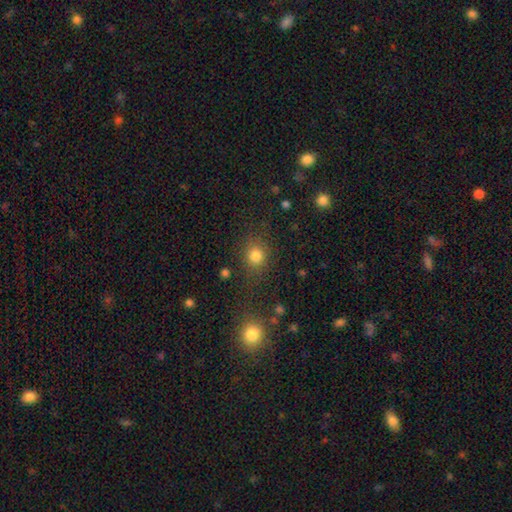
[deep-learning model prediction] Overall: smooth (80%). How rounded: round (83%). Merging: none (79%).